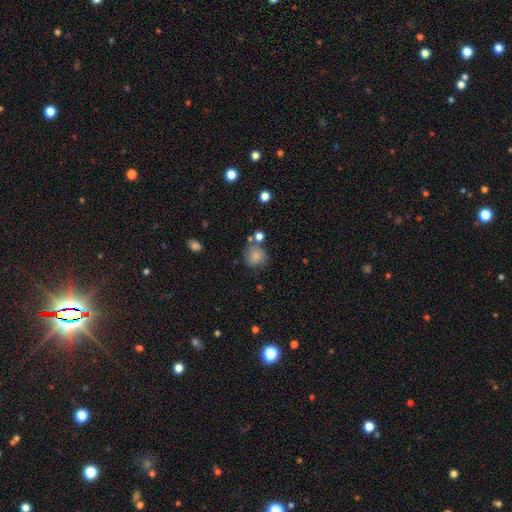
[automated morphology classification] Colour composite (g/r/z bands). It shows a smooth galaxy with no disk features (76%) that is round (82%). Merging: none (60%).